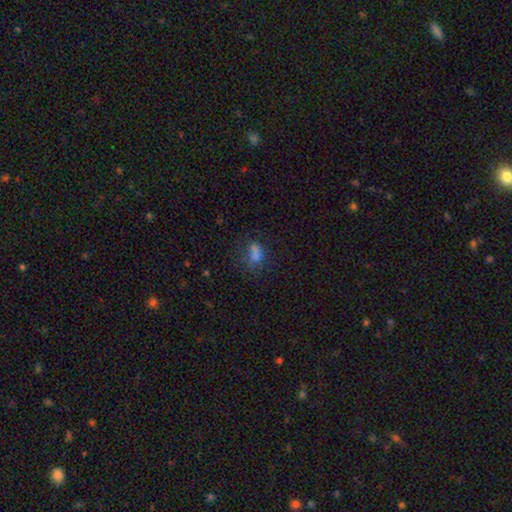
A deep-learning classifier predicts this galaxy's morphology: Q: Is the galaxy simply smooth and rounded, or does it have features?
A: smooth — 69%.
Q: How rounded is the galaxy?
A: in between — 72%.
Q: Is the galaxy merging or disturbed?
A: none — 49%.